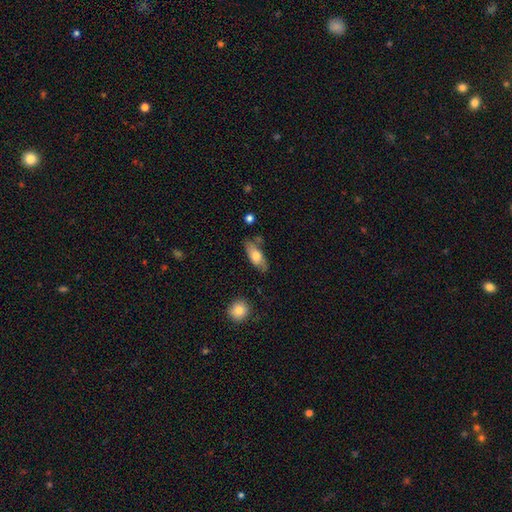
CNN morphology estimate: This is likely a smooth galaxy (65%). How rounded: likely in between (75%). Merging: likely none (69%).